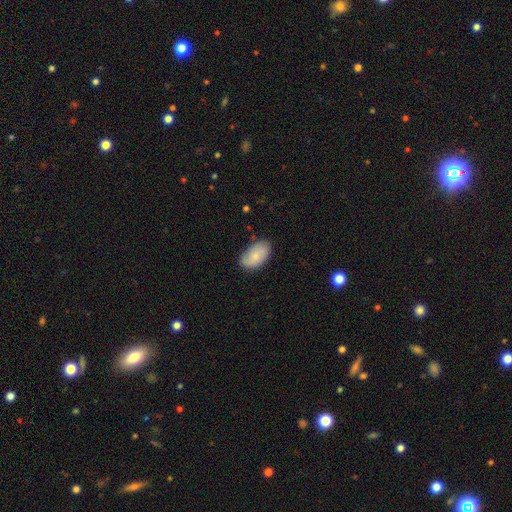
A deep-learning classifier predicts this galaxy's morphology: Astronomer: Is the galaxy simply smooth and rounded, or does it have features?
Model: smooth — 72%.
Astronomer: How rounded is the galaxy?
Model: in between — 94%.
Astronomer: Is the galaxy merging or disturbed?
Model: none — 74%.